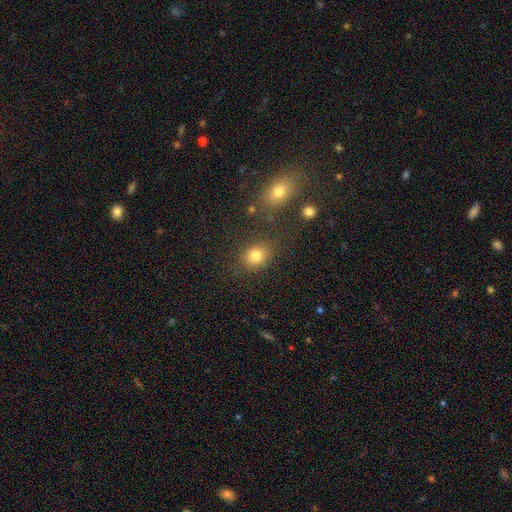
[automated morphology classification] A smooth galaxy with no disk features (80%) that is round (67%).

Vote fractions:
- Smooth or featured? smooth: 80% / star or artifact: 13% / featured or disk: 7%
- How rounded? round: 67% / in between: 32% / cigar-shaped: 1%
- Merging? none: 78% / minor disturbance: 11% / merger: 6% / major disturbance: 5%